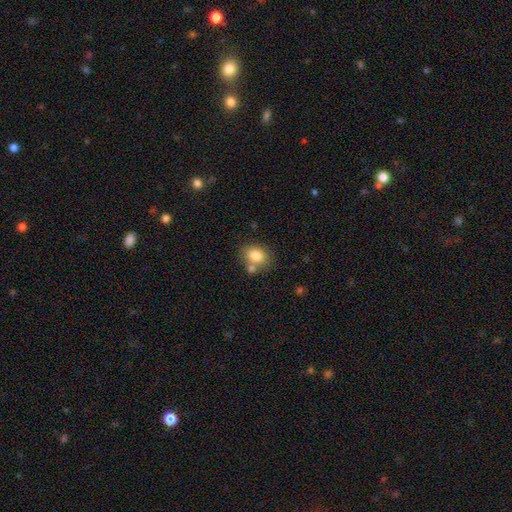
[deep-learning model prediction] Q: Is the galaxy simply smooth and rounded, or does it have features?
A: smooth — 81%.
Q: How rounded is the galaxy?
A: in between — 63%.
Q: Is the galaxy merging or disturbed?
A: none — 58%.